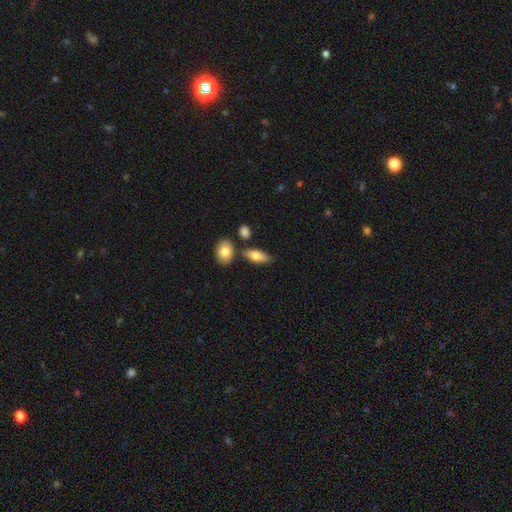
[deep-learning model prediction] This appears to be a smooth galaxy with no disk features (74%) that is in between round and cigar-shaped (80%). Merging: none (68%).